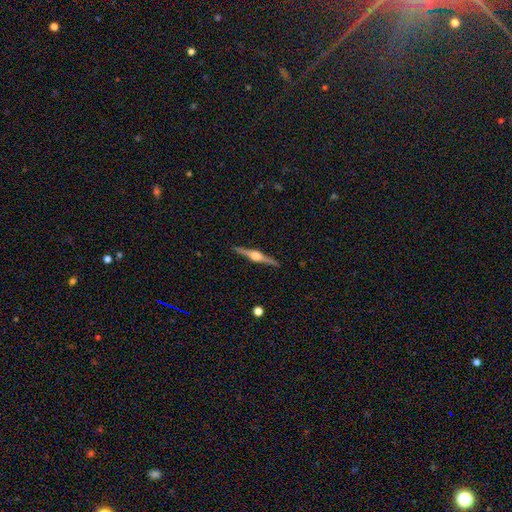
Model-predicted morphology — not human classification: This appears to be a featured or disk galaxy (84%) viewed edge-on (98%) with a rounded central bulge (92%). Merging: none (92%).